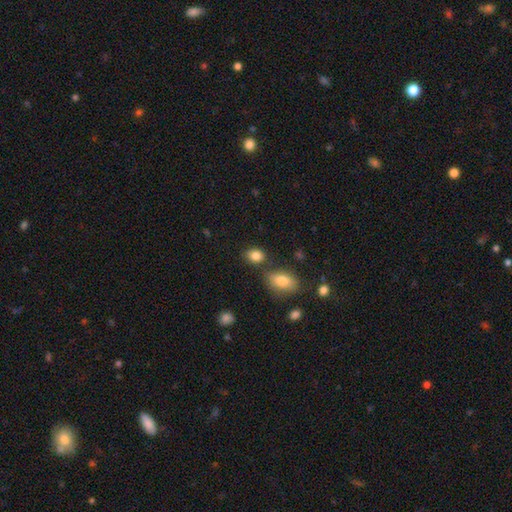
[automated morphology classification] Smooth or featured? smooth (85%)
How rounded? in between (56%)
Merging? none (72%)